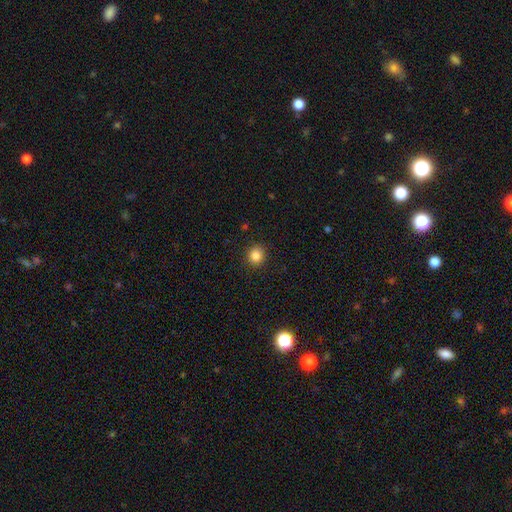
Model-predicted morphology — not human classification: type=smooth (85%); roundness=round (90%); merging=none (91%).